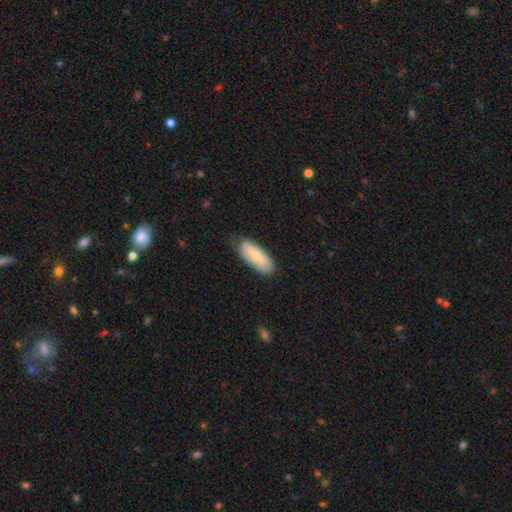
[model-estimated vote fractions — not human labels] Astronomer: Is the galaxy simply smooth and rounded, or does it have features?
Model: smooth — 68%.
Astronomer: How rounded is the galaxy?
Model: in between — 77%.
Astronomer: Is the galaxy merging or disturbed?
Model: none — 69%.